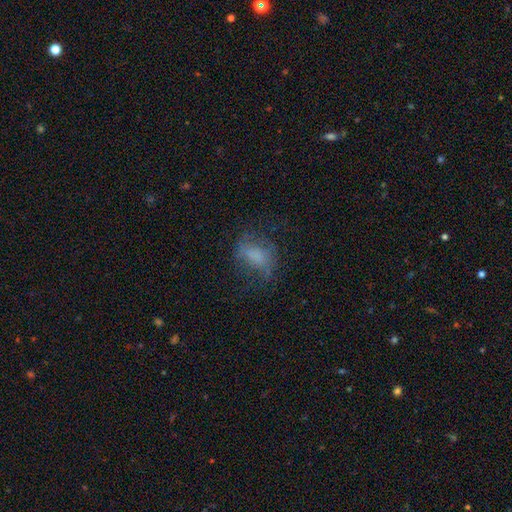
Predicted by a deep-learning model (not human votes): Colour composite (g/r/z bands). It shows a smooth galaxy with no disk features (50%). Merging: none (51%).